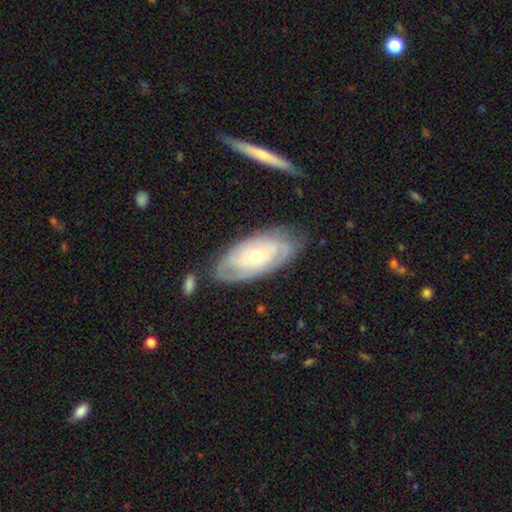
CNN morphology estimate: smooth-or-featured: featured or disk: 75% | smooth: 19% | star or artifact: 5%
  disk-edge-on: no: 91% | yes: 9%
    bar: no: 78% | weak: 18% | strong: 5%
    has-spiral-arms: yes: 84% | no: 16%
      spiral-winding: tight: 70% | medium: 23% | loose: 7%
      spiral-arm-count: can't tell: 45% | 2: 30% | 3: 12% | 4: 5% | 1: 4% | more than 4: 3%
    bulge-size: moderate: 49% | small: 47% | large: 2% | none: 1% | dominant: 1%
  merging: none: 75% | minor disturbance: 17% | major disturbance: 5% | merger: 3%